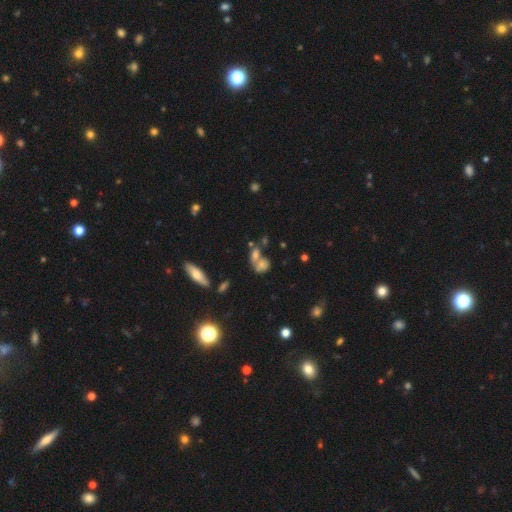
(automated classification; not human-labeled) A smooth galaxy with no disk features (54%) that is in between round and cigar-shaped (55%). Merging: merger (48%).